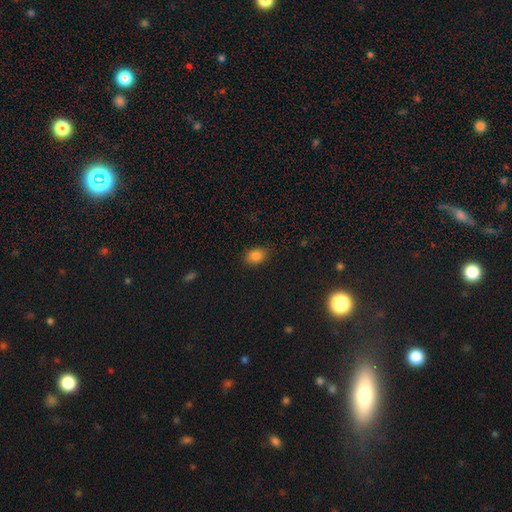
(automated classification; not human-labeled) Q: Smooth or featured?
A: smooth (82%); runner-up: star or artifact (12%)
Q: How rounded?
A: in between (69%); runner-up: round (29%)
Q: Merging?
A: none (85%); runner-up: minor disturbance (12%)